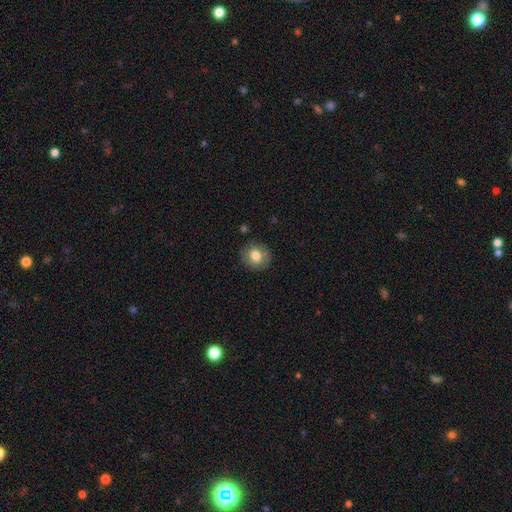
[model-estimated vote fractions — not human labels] Overall: smooth (74%). How rounded: round (75%). Merging: none (84%).